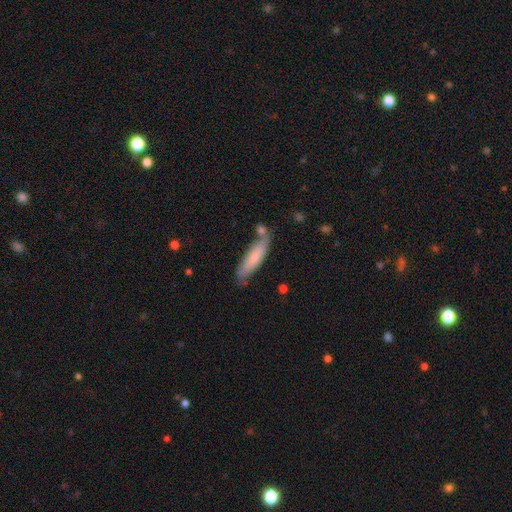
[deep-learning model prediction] This is likely a smooth galaxy (76%). How rounded: likely cigar-shaped (72%). Merging: likely none (64%).